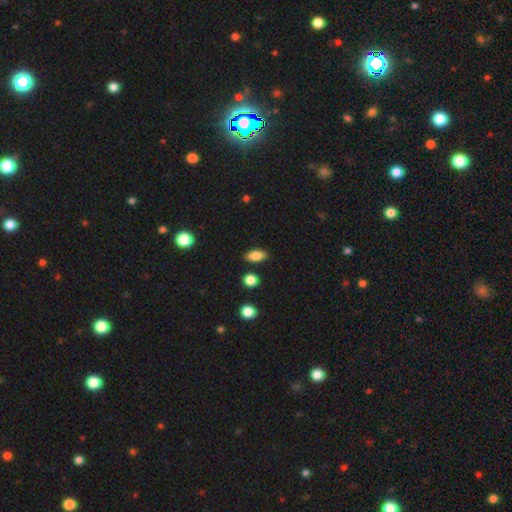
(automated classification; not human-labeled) A smooth galaxy with no disk features (85%) that is in between round and cigar-shaped (87%). Merging: none (86%).